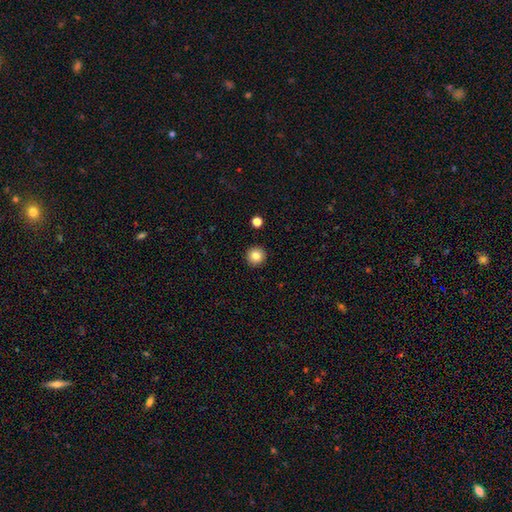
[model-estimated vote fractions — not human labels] Smooth or featured: smooth — 82% (star or artifact — 10%)
How rounded: round — 96% (in between — 3%)
Merging: none — 93% (minor disturbance — 4%)